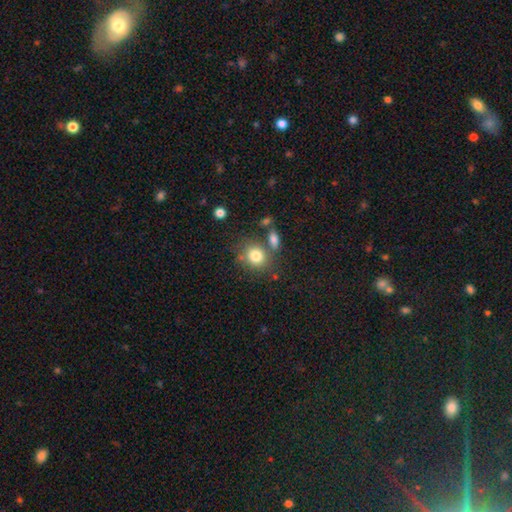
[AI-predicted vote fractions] A smooth galaxy with no disk features (80%) that is round (74%).

Vote fractions:
- Smooth or featured? smooth: 80% / star or artifact: 10% / featured or disk: 9%
- How rounded? round: 74% / in between: 25% / cigar-shaped: 1%
- Merging? none: 65% / merger: 17% / minor disturbance: 13% / major disturbance: 5%